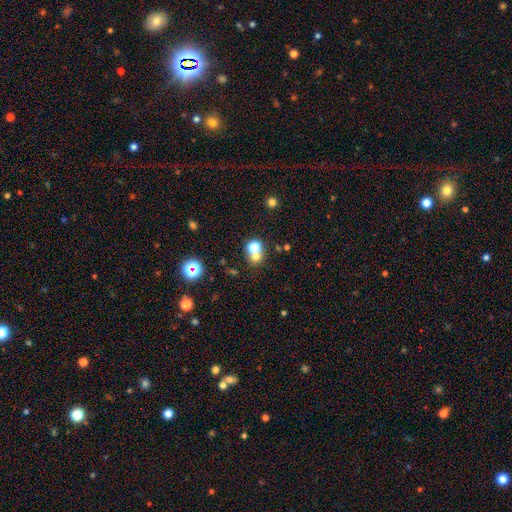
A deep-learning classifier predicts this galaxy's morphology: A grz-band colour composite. It shows a smooth galaxy with no disk features (66%) that is round (80%). Merging: none (47%).